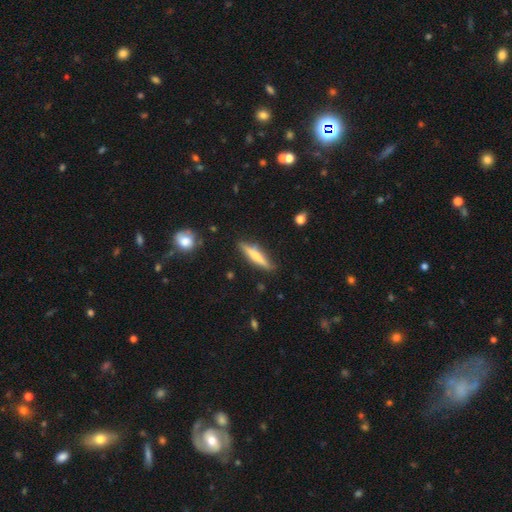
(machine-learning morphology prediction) Overall: smooth (47%; featured or disk 46%). Merging: none (86%).